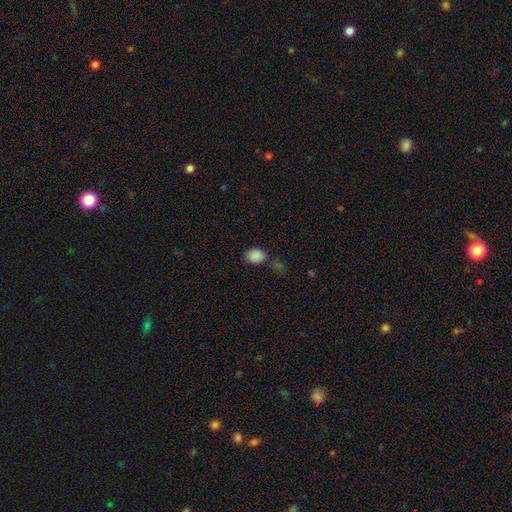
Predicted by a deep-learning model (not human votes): A smooth galaxy with no disk features (85%) that is in between round and cigar-shaped (63%).

Vote fractions:
- Smooth or featured? smooth: 85% / star or artifact: 11% / featured or disk: 4%
- How rounded? in between: 63% / round: 36% / cigar-shaped: 1%
- Merging? none: 68% / minor disturbance: 18% / merger: 9% / major disturbance: 5%